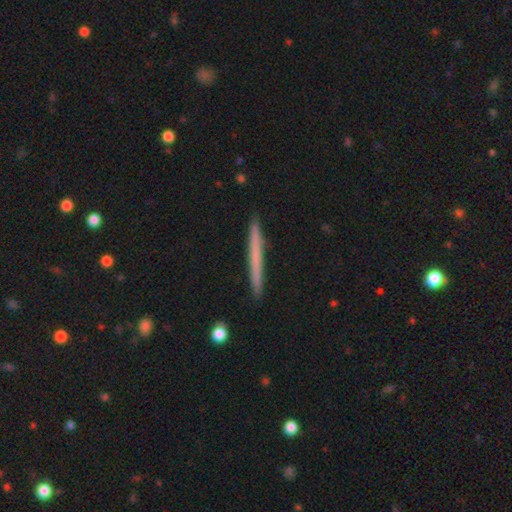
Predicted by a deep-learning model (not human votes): Overall: smooth (58%; featured or disk 36%). How rounded: cigar-shaped (97%). Merging: none (92%).